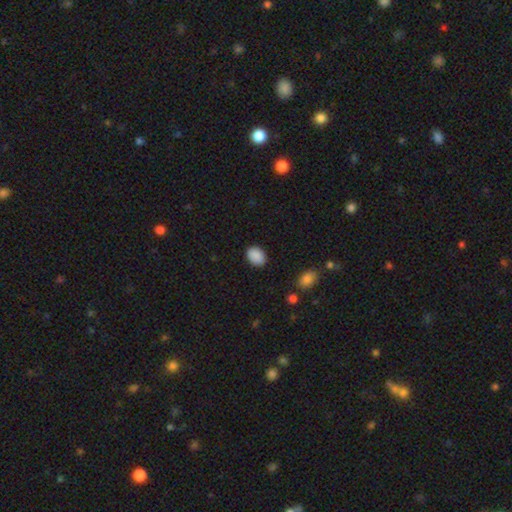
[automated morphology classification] The model was most divided on "how rounded": in between: 70%, round: 28%, cigar-shaped: 1%. More confident: smooth or featured — smooth (89%); merging — none (87%).